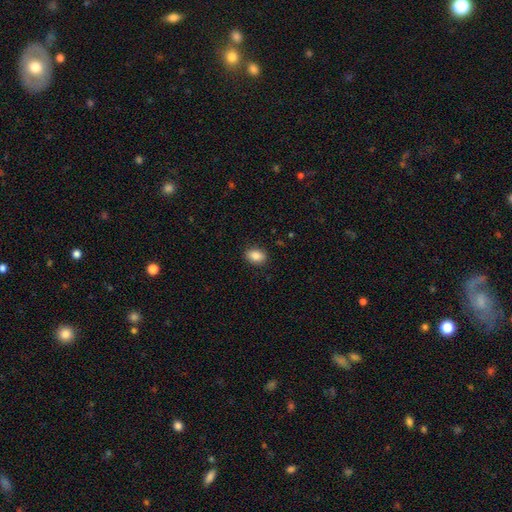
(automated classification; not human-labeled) Q: Smooth or featured?
A: smooth (86%); runner-up: star or artifact (8%)
Q: How rounded?
A: in between (78%); runner-up: round (21%)
Q: Merging?
A: none (88%); runner-up: minor disturbance (9%)